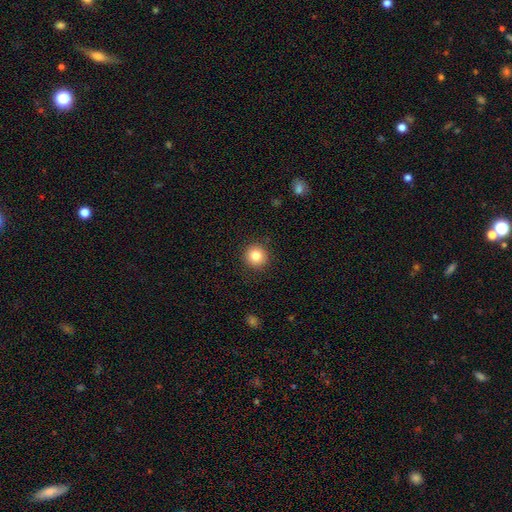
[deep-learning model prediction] A smooth galaxy with no disk features (83%) that is round (94%).

Vote fractions:
- Smooth or featured? smooth: 83% / star or artifact: 10% / featured or disk: 7%
- How rounded? round: 94% / in between: 5% / cigar-shaped: 1%
- Merging? none: 91% / minor disturbance: 6% / major disturbance: 2% / merger: 1%